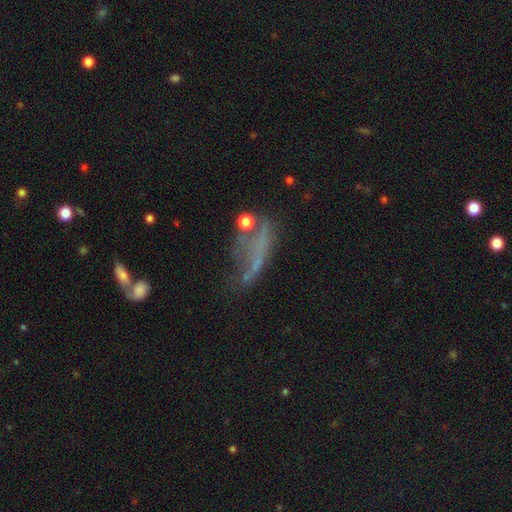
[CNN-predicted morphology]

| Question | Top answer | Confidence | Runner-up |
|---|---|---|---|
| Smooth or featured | smooth | 38% | featured or disk (36%) |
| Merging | major disturbance | 36% | none (31%) |